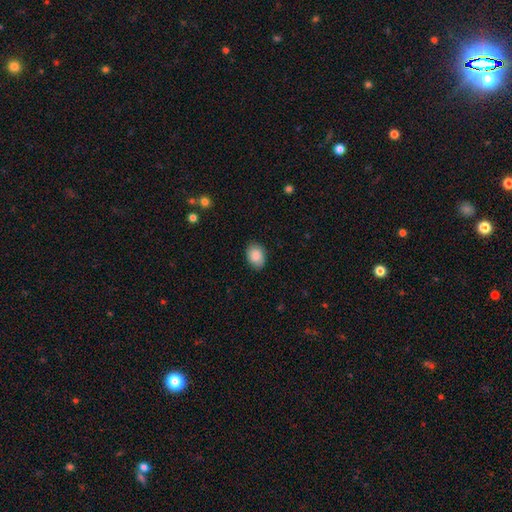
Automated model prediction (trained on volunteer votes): Q: Smooth or featured?
A: smooth (87%); runner-up: star or artifact (7%)
Q: How rounded?
A: in between (75%); runner-up: round (24%)
Q: Merging?
A: none (86%); runner-up: minor disturbance (11%)